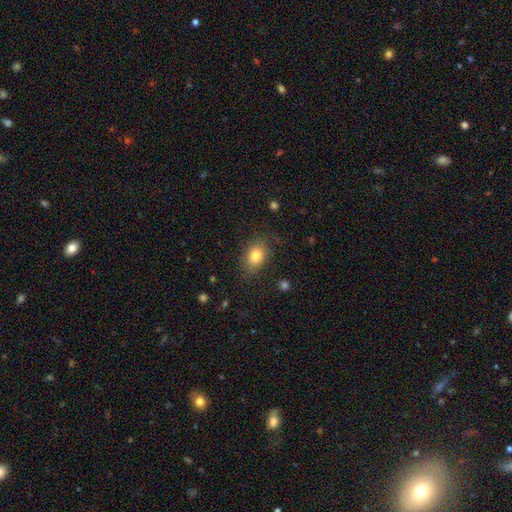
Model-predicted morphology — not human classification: This is clearly a smooth galaxy (81%). How rounded: likely in between (69%). Merging: clearly none (80%).